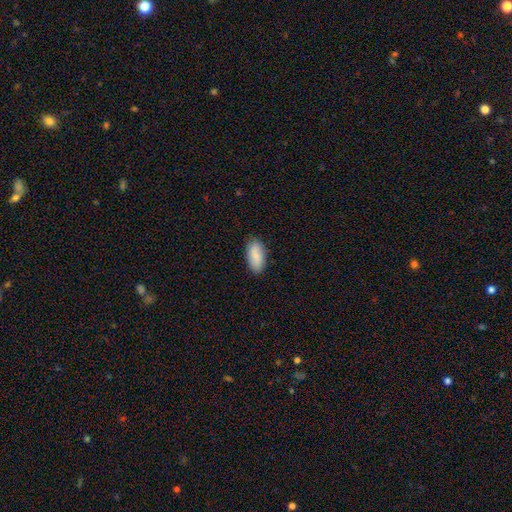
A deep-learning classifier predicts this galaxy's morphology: A smooth galaxy with no disk features (87%) that is in between round and cigar-shaped (91%). Merging: none (85%).